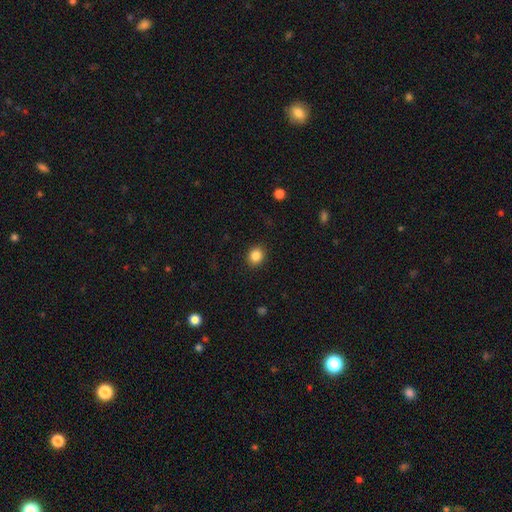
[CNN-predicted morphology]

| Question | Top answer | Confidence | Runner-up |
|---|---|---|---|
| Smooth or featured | smooth | 85% | star or artifact (10%) |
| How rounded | round | 77% | in between (22%) |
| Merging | none | 91% | minor disturbance (6%) |